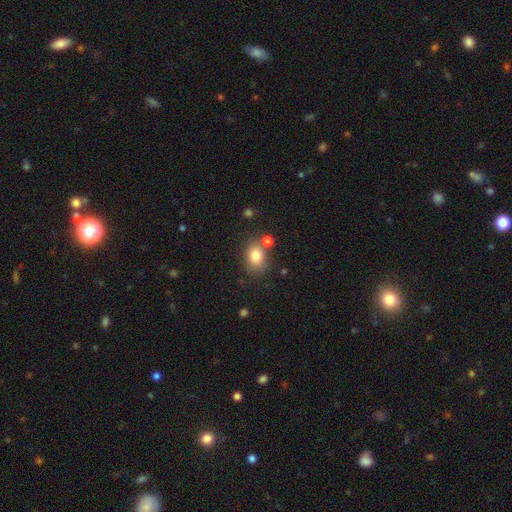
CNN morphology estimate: This is likely a smooth galaxy (80%). How rounded: possibly in between (59%). Merging: likely none (68%).